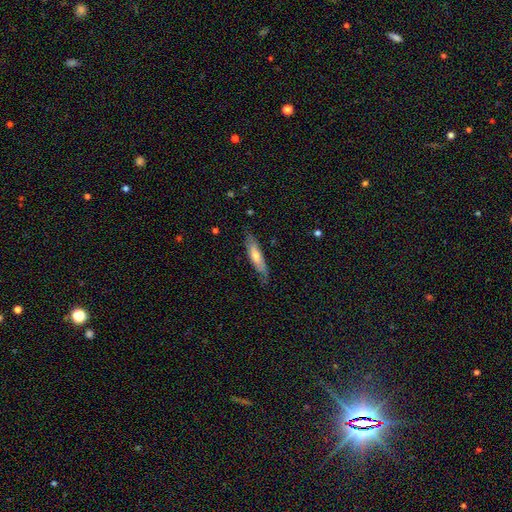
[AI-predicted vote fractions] smooth 55%, featured or disk 39%, star or artifact 6%. Down the decision tree: how rounded — cigar-shaped (72%); merging — none (75%).